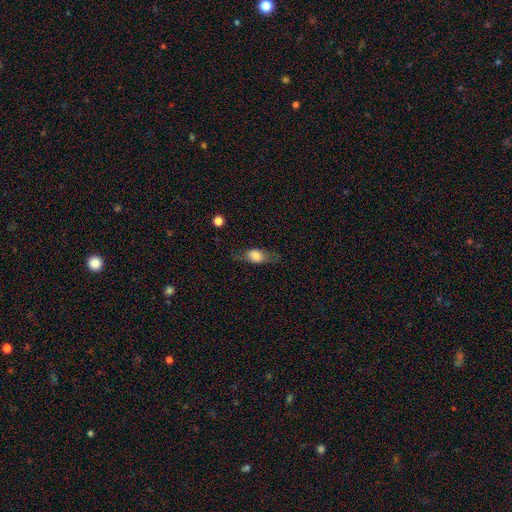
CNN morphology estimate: A smooth galaxy with no disk features (65%) that is in between round and cigar-shaped (73%).

Vote fractions:
- Smooth or featured? smooth: 65% / featured or disk: 27% / star or artifact: 8%
- How rounded? in between: 73% / cigar-shaped: 15% / round: 12%
- Merging? none: 66% / minor disturbance: 22% / major disturbance: 11% / merger: 2%